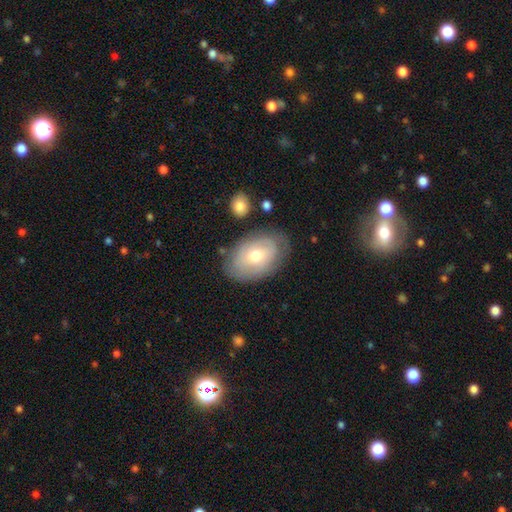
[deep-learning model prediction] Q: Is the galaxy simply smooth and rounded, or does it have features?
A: smooth — 47%.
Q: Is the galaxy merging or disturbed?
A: none — 72%.